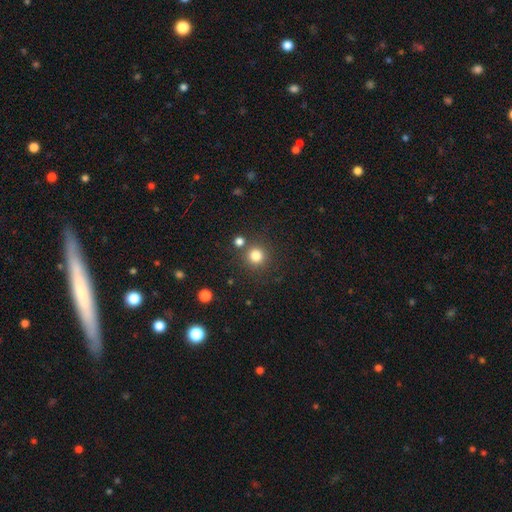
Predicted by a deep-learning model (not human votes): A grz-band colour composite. It shows a smooth galaxy with no disk features (81%) that is round (94%). Merging: none (82%).